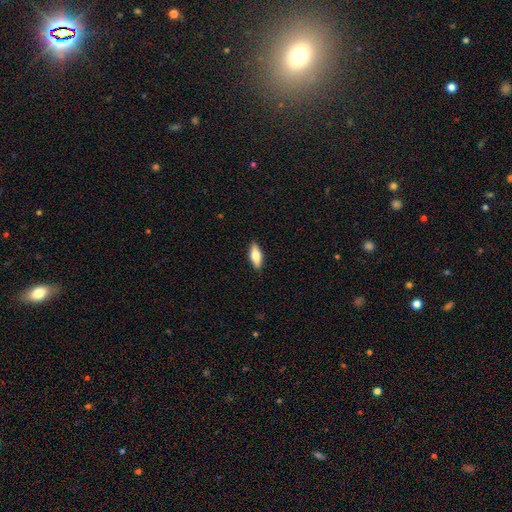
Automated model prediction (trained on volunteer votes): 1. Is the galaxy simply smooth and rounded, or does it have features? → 64% smooth, 30% featured or disk, 6% star or artifact.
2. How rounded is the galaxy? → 64% in between, 33% cigar-shaped, 3% round.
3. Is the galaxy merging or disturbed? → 89% none, 9% minor disturbance, 2% major disturbance, 1% merger.